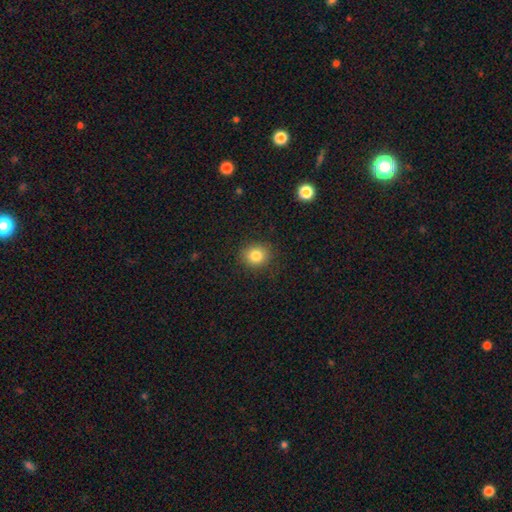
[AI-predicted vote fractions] A smooth galaxy with no disk features (82%) that is round (76%).

Vote fractions:
- Smooth or featured? smooth: 82% / star or artifact: 11% / featured or disk: 7%
- How rounded? round: 76% / in between: 23% / cigar-shaped: 1%
- Merging? none: 88% / minor disturbance: 8% / major disturbance: 3% / merger: 1%